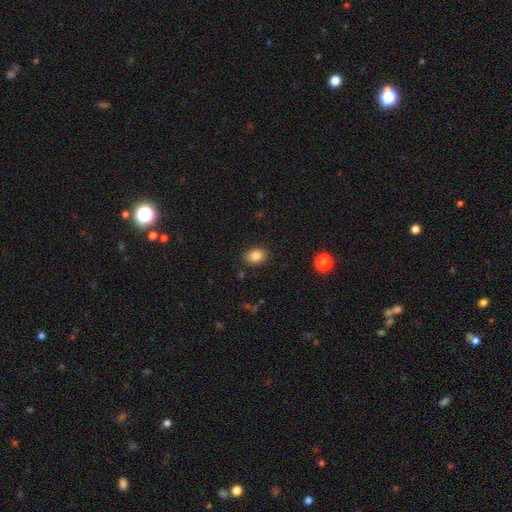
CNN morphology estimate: Smooth or featured? Predicted: smooth (p=0.85). How rounded? Predicted: in between (p=0.76). Merging? Predicted: none (p=0.87).